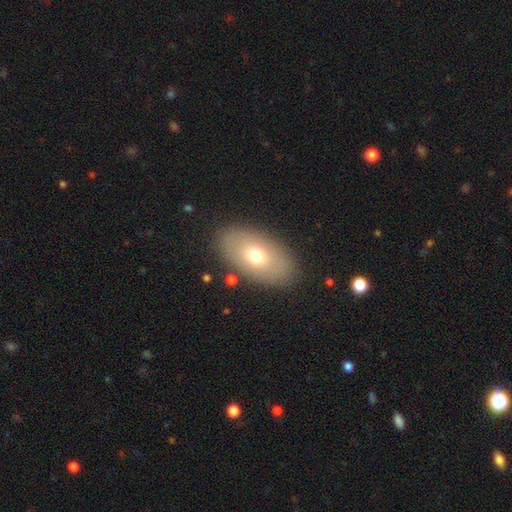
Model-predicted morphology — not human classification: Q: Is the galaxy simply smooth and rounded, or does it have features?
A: smooth — 68%.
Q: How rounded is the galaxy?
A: in between — 92%.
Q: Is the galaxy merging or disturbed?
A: none — 85%.